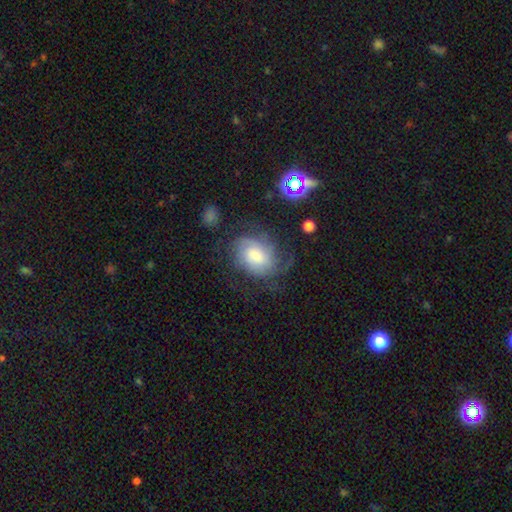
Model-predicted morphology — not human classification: type=featured or disk (62%); edge-on=no (97%); bar=no (63%); spiral arms=yes (87%); winding=tight (42%); arm count=can't tell (40%); bulge=moderate (40%); merging=none (54%).